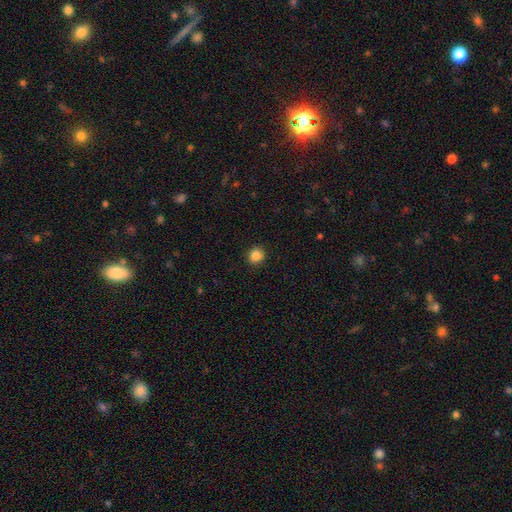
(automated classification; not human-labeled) Q: Smooth or featured?
A: smooth (85%); runner-up: star or artifact (11%)
Q: How rounded?
A: round (86%); runner-up: in between (13%)
Q: Merging?
A: none (90%); runner-up: minor disturbance (7%)